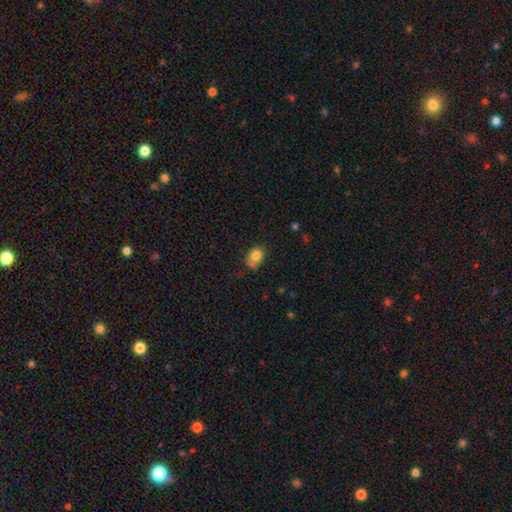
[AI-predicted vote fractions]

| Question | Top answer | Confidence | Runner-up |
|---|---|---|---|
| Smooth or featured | smooth | 80% | star or artifact (10%) |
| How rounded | in between | 54% | round (45%) |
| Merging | none | 48% | minor disturbance (30%) |